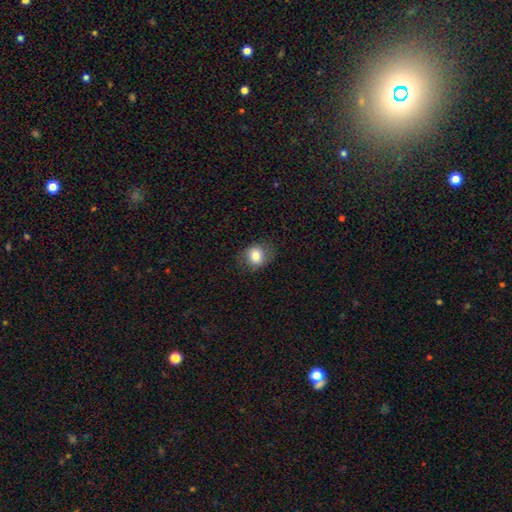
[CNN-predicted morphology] A smooth galaxy with no disk features (79%) that is round (62%). Merging: none (77%).